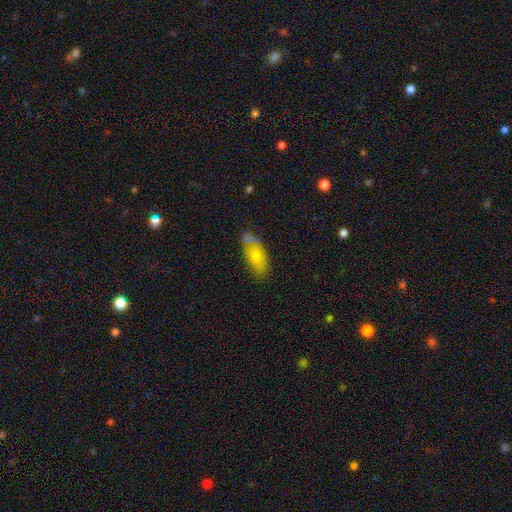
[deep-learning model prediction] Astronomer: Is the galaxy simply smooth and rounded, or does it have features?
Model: smooth — 67%.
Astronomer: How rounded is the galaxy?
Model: in between — 82%.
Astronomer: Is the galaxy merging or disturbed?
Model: none — 59%.